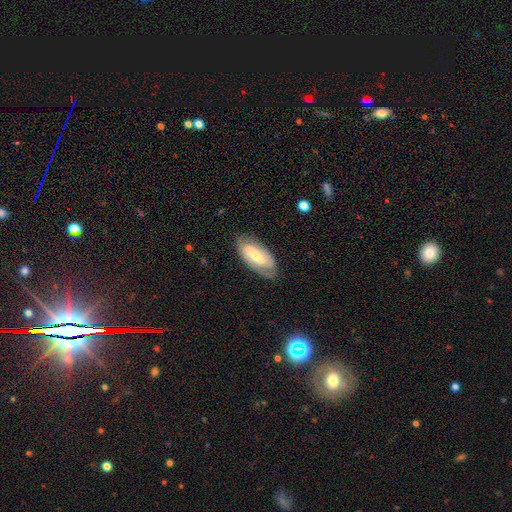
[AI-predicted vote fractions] Smooth or featured? Predicted: featured or disk (p=0.55). Edge-on disk? Predicted: no (p=0.91). Merging? Predicted: none (p=0.73).